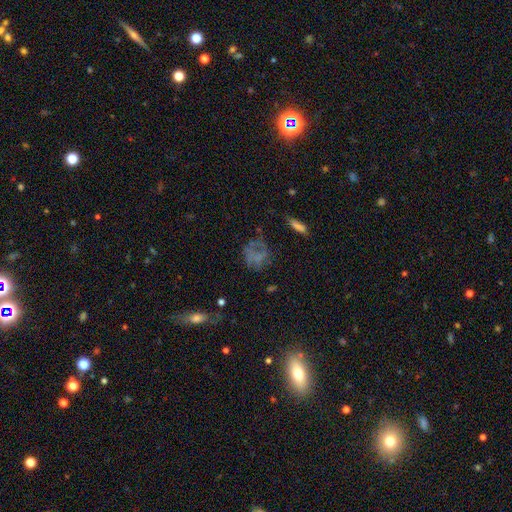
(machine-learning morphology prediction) smooth_or_featured: smooth (p=0.45) [alt: featured or disk p=0.35]
merging: none (p=0.48) [alt: major disturbance p=0.26]